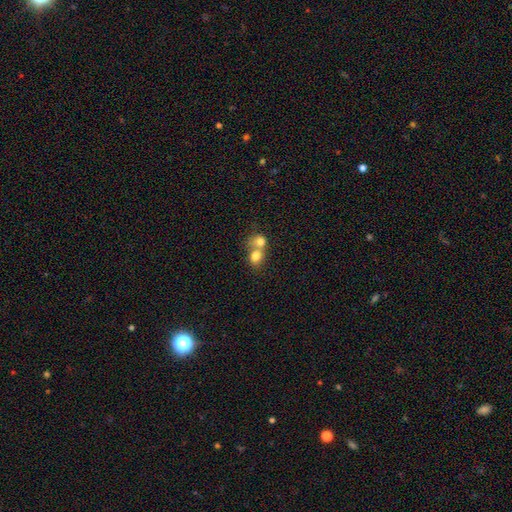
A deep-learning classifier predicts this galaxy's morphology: Overall: smooth (77%). How rounded: round (67%; in between 32%). Merging: merger (67%).